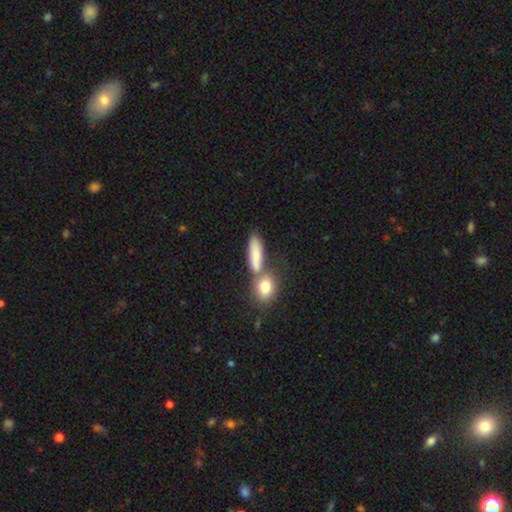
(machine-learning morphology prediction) Smooth or featured? Predicted: smooth (p=0.79). How rounded? Predicted: in between (p=0.51). Merging? Predicted: none (p=0.49).